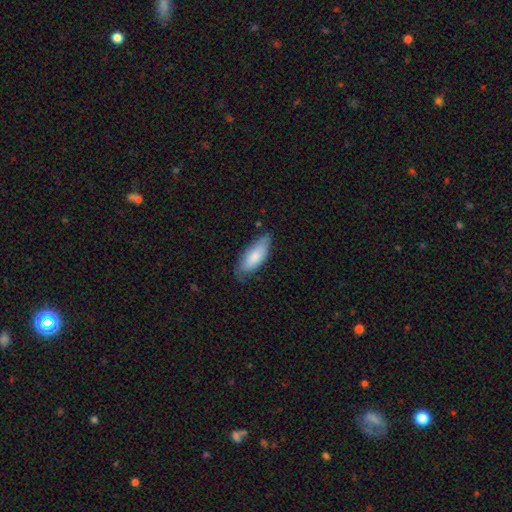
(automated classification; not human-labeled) Overall: smooth (77%). How rounded: in between (77%). Merging: none (62%; minor disturbance 31%).